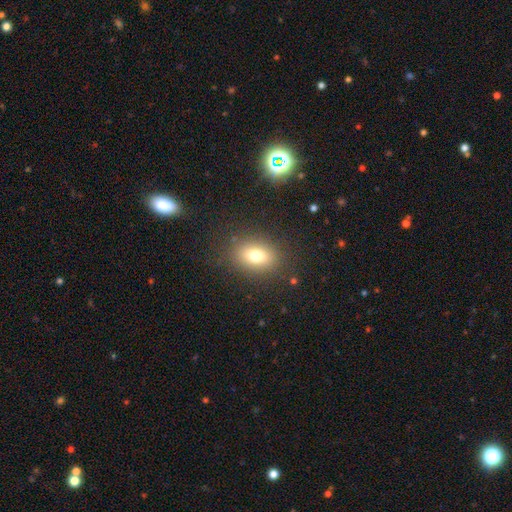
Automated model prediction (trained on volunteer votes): smooth_or_featured: smooth (p=0.75) [alt: featured or disk p=0.13]
how_rounded: in between (p=0.70) [alt: round p=0.28]
merging: none (p=0.85) [alt: minor disturbance p=0.09]